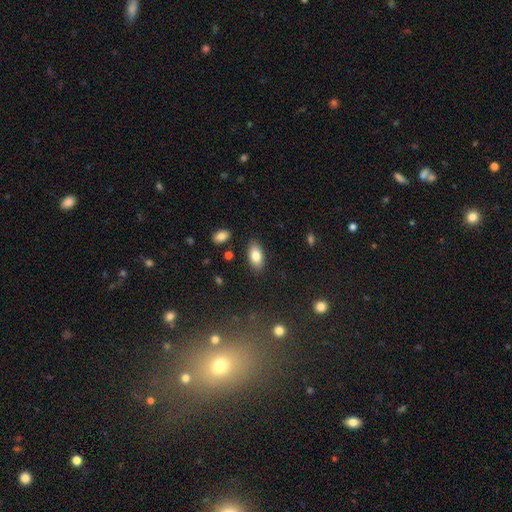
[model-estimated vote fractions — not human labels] The model was most divided on "smooth or featured": smooth: 83%, featured or disk: 10%, star or artifact: 7%. More confident: how rounded — in between (92%); merging — none (86%).